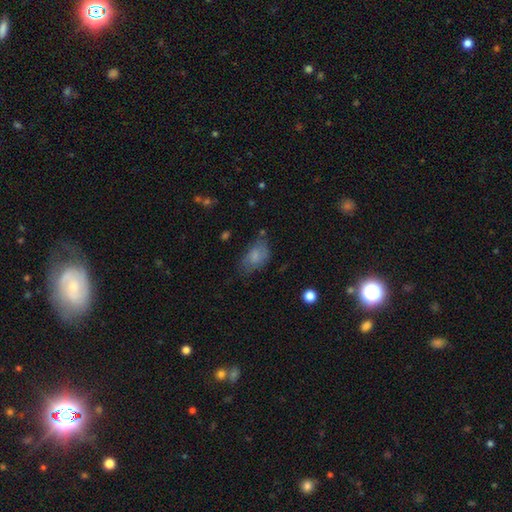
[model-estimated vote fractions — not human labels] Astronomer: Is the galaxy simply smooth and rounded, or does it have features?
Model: smooth — 70%.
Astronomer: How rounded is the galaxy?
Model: in between — 89%.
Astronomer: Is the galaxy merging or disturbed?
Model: none — 53% (runner-up: minor disturbance, 29%).